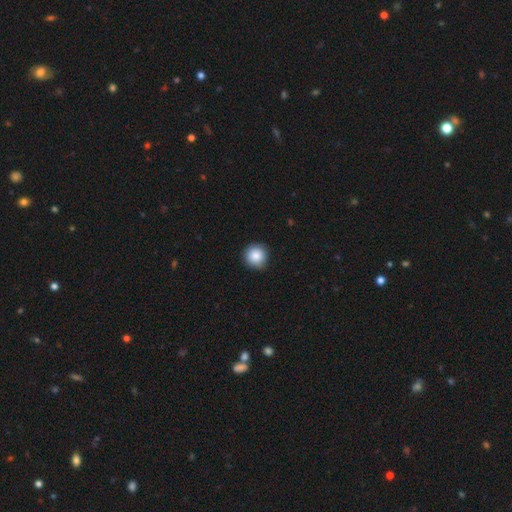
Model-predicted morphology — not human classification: smooth-or-featured: smooth: 86% | star or artifact: 8% | featured or disk: 5%
  how-rounded: round: 95% | in between: 4% | cigar-shaped: 1%
  merging: none: 89% | minor disturbance: 8% | major disturbance: 2% | merger: 1%